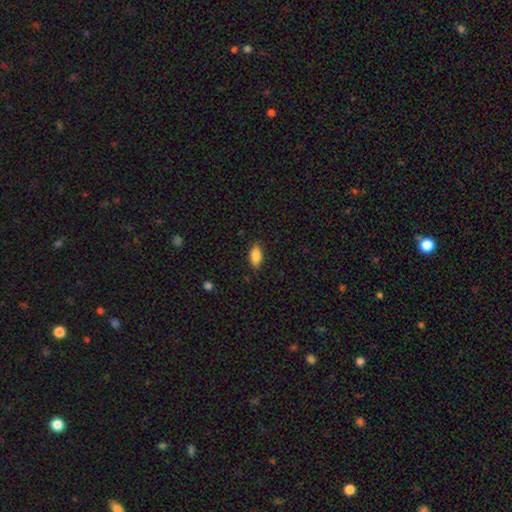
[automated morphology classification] This appears to be a smooth galaxy with no disk features (87%) that is in between round and cigar-shaped (92%). Merging: none (85%).